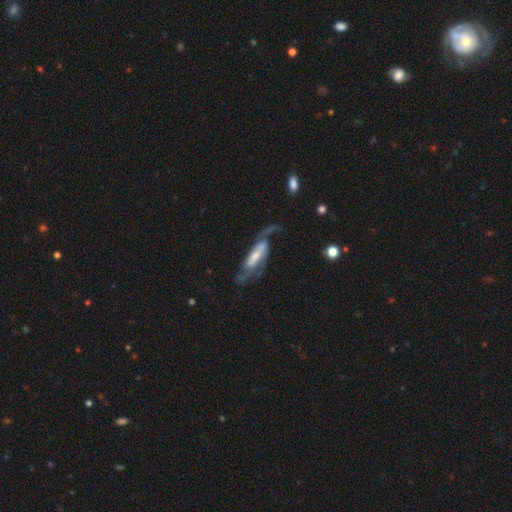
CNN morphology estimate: A featured or disk galaxy (76%) with a strong bar (34%, tied with weak), 2 (79%) medium (42%) spiral arms (91%) and a small central bulge (38%).

Vote fractions:
- Smooth or featured? featured or disk: 76% / smooth: 18% / star or artifact: 5%
- Edge-on disk? no: 85% / yes: 15%
- Bar? strong: 34% (tied) / weak: 34% (tied) / no: 32%
- Spiral arms? yes: 91% / no: 9%
- Spiral winding? medium: 42% / loose: 39% / tight: 19%
- Spiral arm count? 2: 79% / can't tell: 9% / 1: 7% / 3: 3% / 4: 1% / more than 4: 1%
- Bulge size? small: 38% / moderate: 34% / large: 15% / none: 9% / dominant: 3%
- Merging? none: 49% / major disturbance: 29% / minor disturbance: 20% / merger: 3%